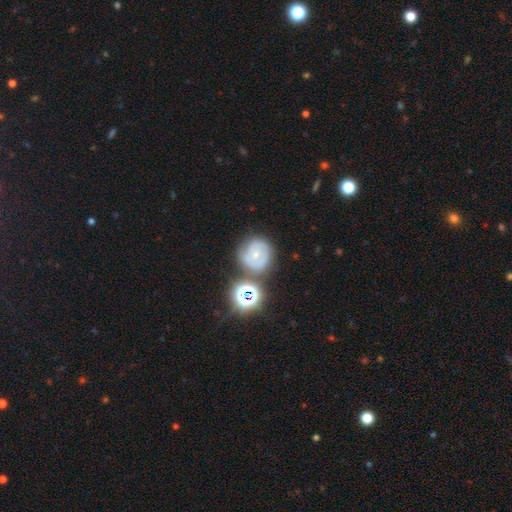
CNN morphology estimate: Smooth or featured?
  - featured or disk: 59% *
  - smooth: 27%
  - star or artifact: 13%
Edge-on disk?
  - no: 97% *
  - yes: 3%
Bar?
  - no: 69% *
  - weak: 25%
  - strong: 6%
Spiral arms?
  - yes: 78% *
  - no: 22%
Bulge size?
  - small: 60% *
  - moderate: 33%
  - none: 4%
  - large: 2%
  - dominant: 1%
Merging?
  - none: 61% *
  - minor disturbance: 19%
  - merger: 12%
  - major disturbance: 8%